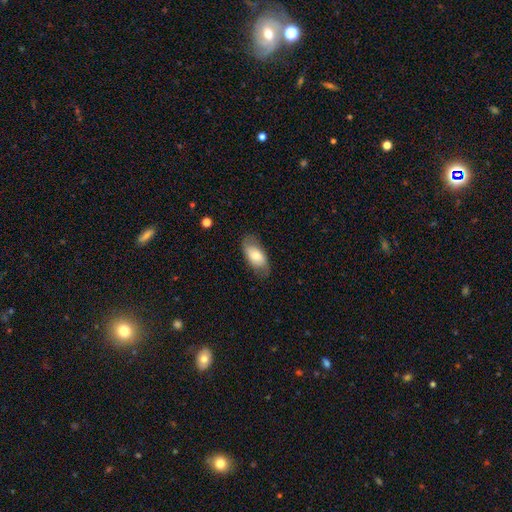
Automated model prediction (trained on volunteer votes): Smooth or featured? smooth (70%)
How rounded? in between (91%)
Merging? none (74%)